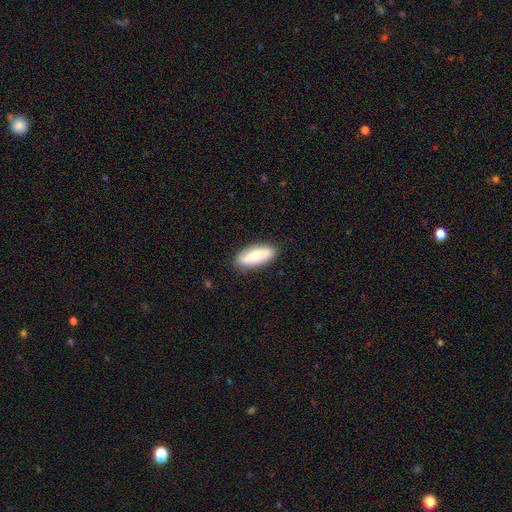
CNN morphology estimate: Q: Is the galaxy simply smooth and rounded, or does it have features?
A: smooth — 64%.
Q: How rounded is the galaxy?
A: in between — 70%.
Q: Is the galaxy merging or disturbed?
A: none — 83%.